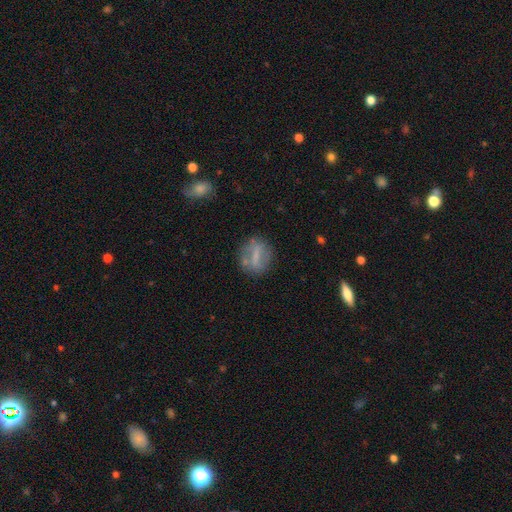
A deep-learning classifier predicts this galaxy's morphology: smooth 47%, featured or disk 44%, star or artifact 9%. Down the decision tree: merging — none (74%).